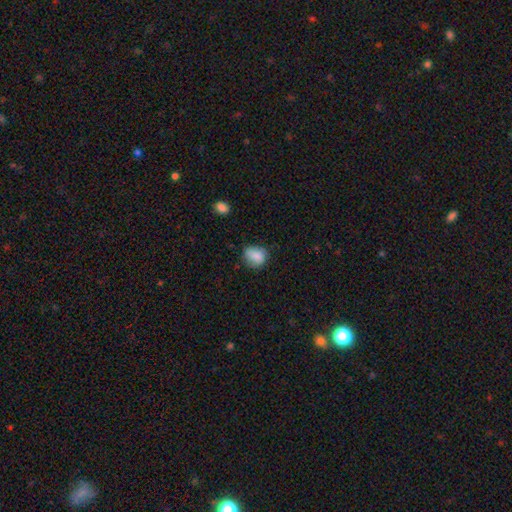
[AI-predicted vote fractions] smooth-or-featured: smooth: 83% | star or artifact: 9% | featured or disk: 8%
  how-rounded: round: 60% | in between: 39% | cigar-shaped: 1%
  merging: none: 63% | minor disturbance: 28% | major disturbance: 7% | merger: 2%